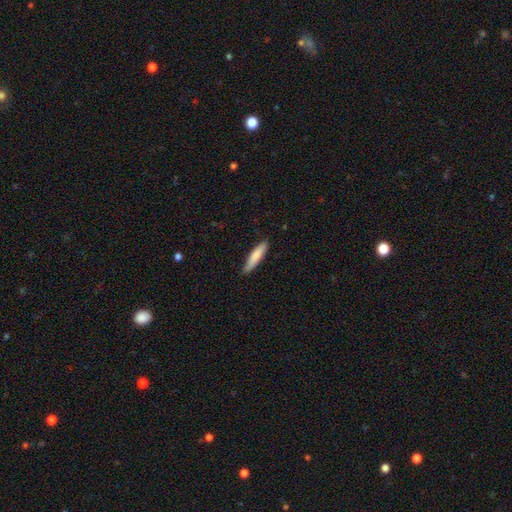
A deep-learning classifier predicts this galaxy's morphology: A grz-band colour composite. It shows a smooth galaxy with no disk features (80%) that is cigar-shaped (84%). Merging: none (83%).